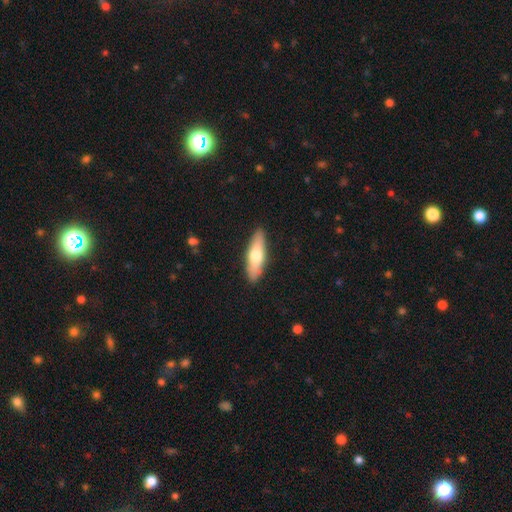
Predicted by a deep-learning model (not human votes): This is likely a smooth galaxy (64%). How rounded: possibly cigar-shaped (54%). Merging: clearly none (89%).